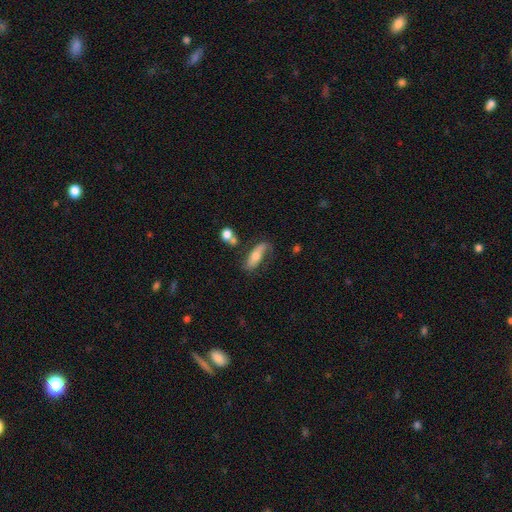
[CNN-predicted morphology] Smooth or featured?
  - smooth: 51% *
  - featured or disk: 42%
  - star or artifact: 7%
How rounded?
  - in between: 63% *
  - cigar-shaped: 34%
  - round: 3%
Merging?
  - none: 50% *
  - minor disturbance: 26%
  - major disturbance: 16%
  - merger: 8%